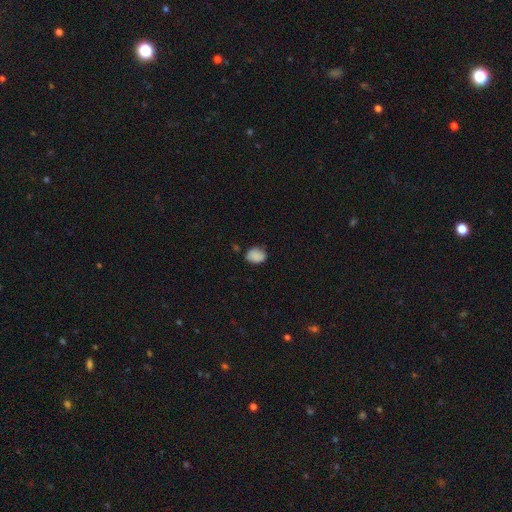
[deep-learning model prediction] This is clearly a smooth galaxy (86%). How rounded: likely in between (61%). Merging: likely none (74%).